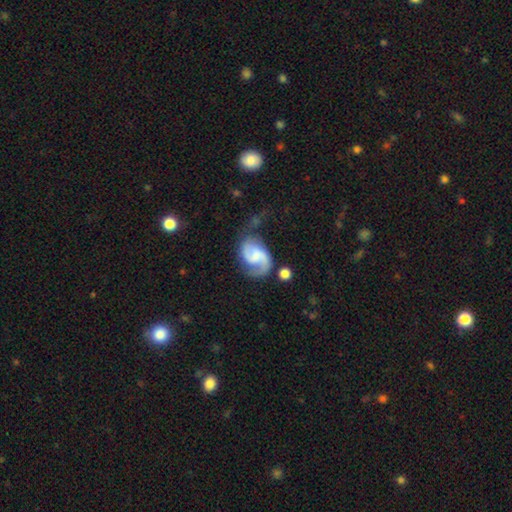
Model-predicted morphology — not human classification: Overall: featured or disk (80%). Edge-on disk: no (98%). Bar: weak (49%; no 37%). Spiral arms: yes (95%). Spiral arm count: 2 (81%). Spiral winding: medium (49%; loose 33%). Bulge size: small (35%; none 29%). Merging: none (55%; minor disturbance 23%).